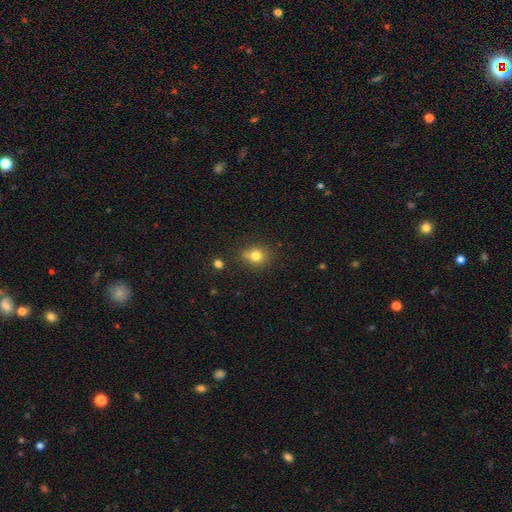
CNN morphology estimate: This is likely a smooth galaxy (78%). How rounded: likely round (74%). Merging: likely none (66%).